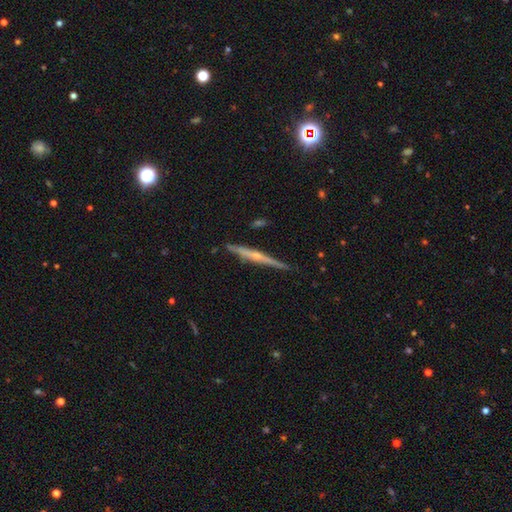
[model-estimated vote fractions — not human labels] The model was most divided on "edge-on bulge": rounded: 75%, none: 20%, boxy: 5%. More confident: edge-on disk — yes (98%); merging — none (88%); smooth or featured — featured or disk (77%).